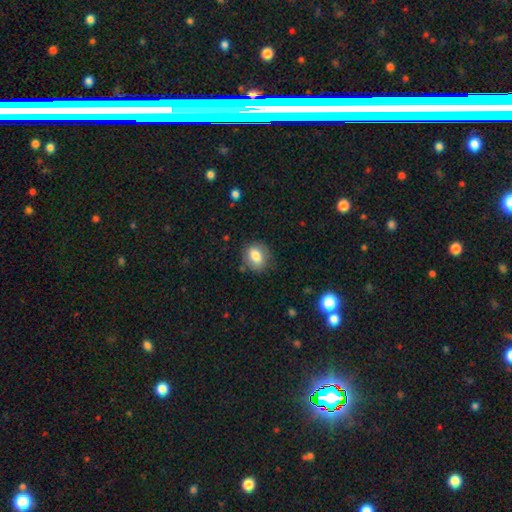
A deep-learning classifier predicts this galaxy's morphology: This is likely a smooth galaxy (78%). How rounded: possibly in between (51%). Merging: likely none (76%).